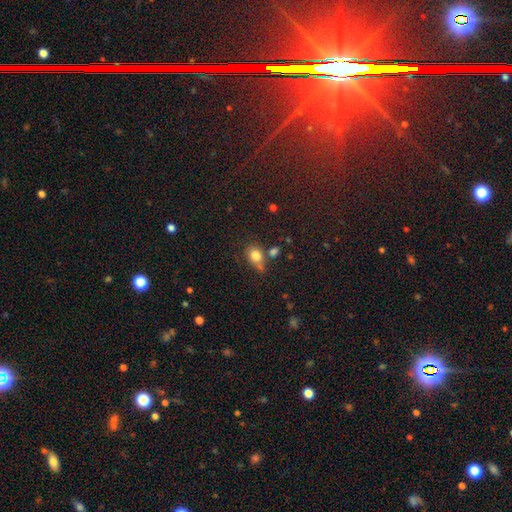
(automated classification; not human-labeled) Morphology: type=smooth (80%); roundness=in between (52%); merging=none (53%).